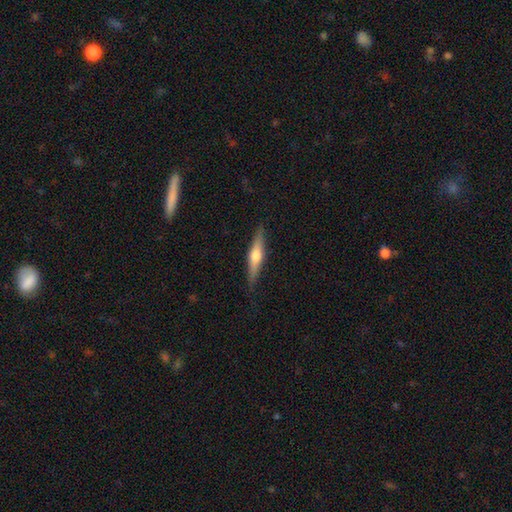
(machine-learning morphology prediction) smooth_or_featured: featured or disk (p=0.57) [alt: smooth p=0.38]
disk_edge_on: yes (p=0.96) [alt: no p=0.04]
edge_on_bulge: rounded (p=0.91) [alt: none p=0.05]
merging: none (p=0.87) [alt: minor disturbance p=0.10]